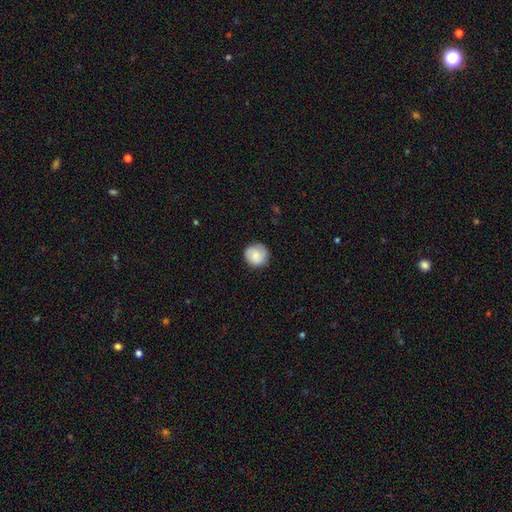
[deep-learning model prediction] The model was most divided on "smooth or featured": smooth: 80%, featured or disk: 13%, star or artifact: 7%. More confident: how rounded — round (92%); merging — none (84%).